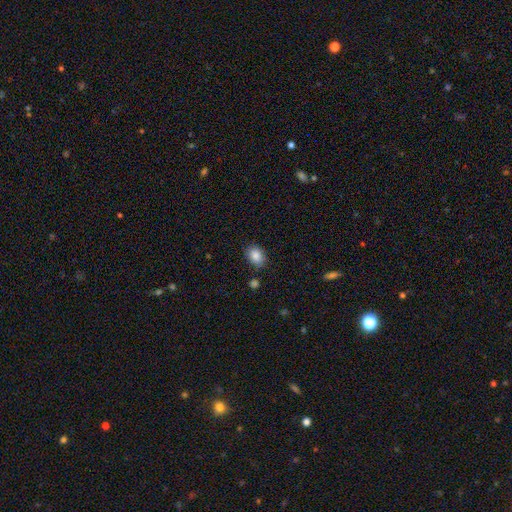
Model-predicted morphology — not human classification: This is clearly a smooth galaxy (87%). How rounded: likely in between (69%). Merging: likely none (79%).